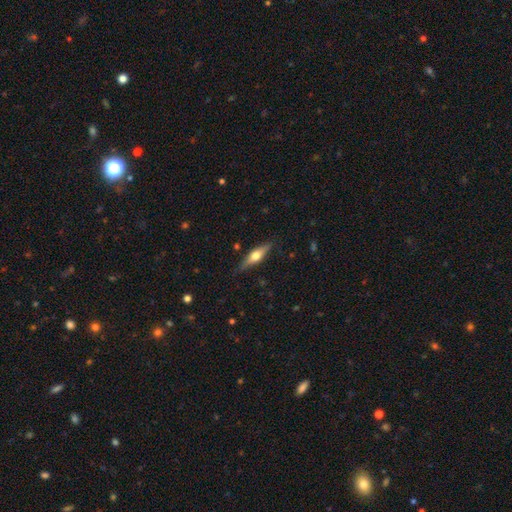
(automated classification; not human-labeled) smooth-or-featured: featured or disk: 51% | smooth: 43% | star or artifact: 6%
  disk-edge-on: yes: 92% | no: 8%
  merging: none: 83% | minor disturbance: 13% | major disturbance: 3% | merger: 1%